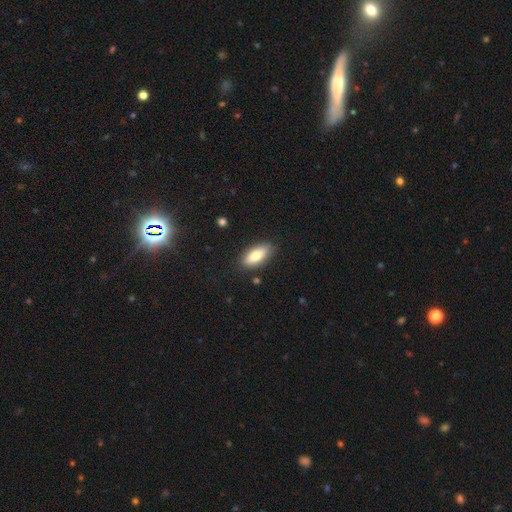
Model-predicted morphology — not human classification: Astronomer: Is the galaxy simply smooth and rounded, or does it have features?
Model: smooth — 77%.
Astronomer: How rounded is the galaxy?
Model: in between — 85%.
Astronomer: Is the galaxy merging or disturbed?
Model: none — 85%.